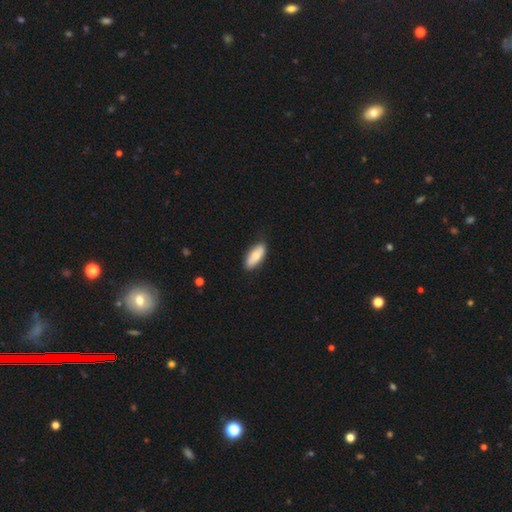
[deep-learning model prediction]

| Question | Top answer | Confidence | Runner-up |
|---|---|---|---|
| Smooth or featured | smooth | 74% | featured or disk (21%) |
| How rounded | in between | 79% | cigar-shaped (19%) |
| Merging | none | 85% | minor disturbance (12%) |